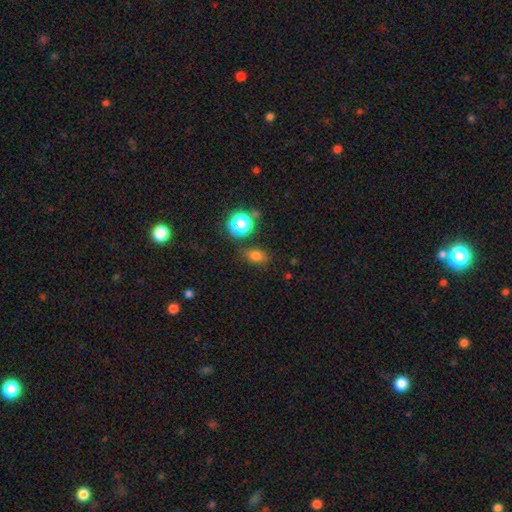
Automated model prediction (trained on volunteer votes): smooth_or_featured: smooth (p=0.71) [alt: star or artifact p=0.21]
how_rounded: in between (p=0.70) [alt: round p=0.27]
merging: none (p=0.77) [alt: minor disturbance p=0.14]